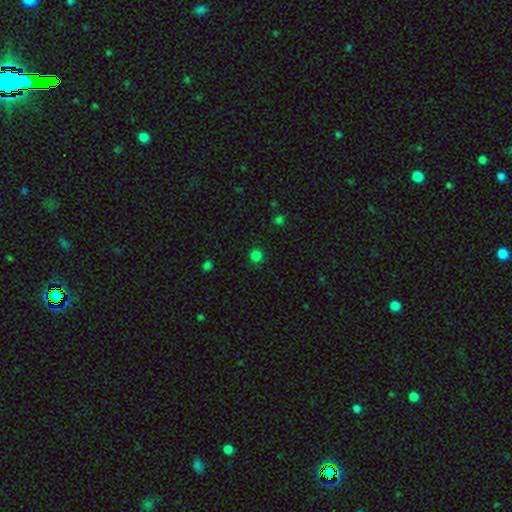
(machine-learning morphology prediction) Overall: smooth (81%). How rounded: round (94%). Merging: none (90%).